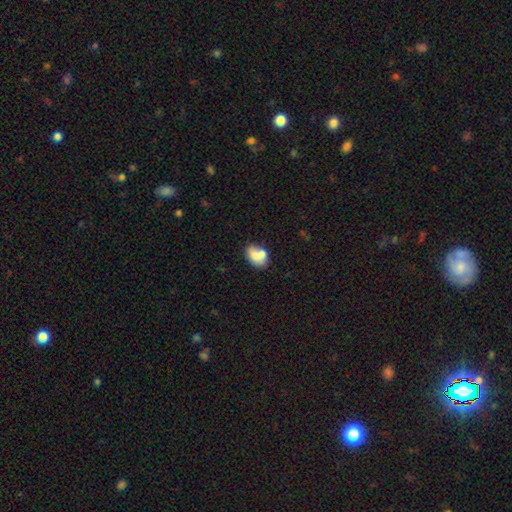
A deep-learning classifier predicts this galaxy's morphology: type=smooth (72%); roundness=in between (80%); merging=none (45%).